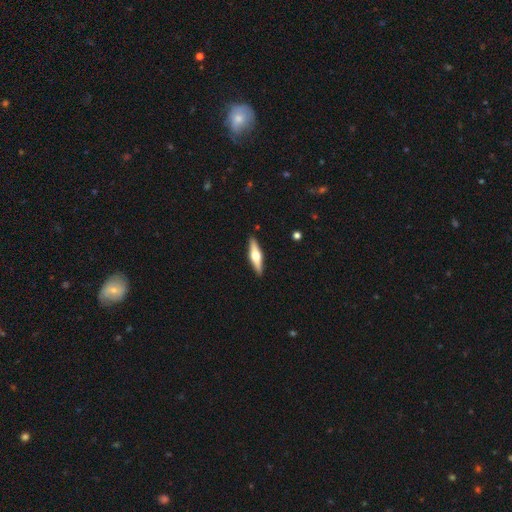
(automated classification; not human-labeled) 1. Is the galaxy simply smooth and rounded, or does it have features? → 59% featured or disk, 36% smooth, 5% star or artifact.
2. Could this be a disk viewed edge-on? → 95% yes, 5% no.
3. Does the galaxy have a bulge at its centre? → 94% rounded, 4% boxy, 2% none.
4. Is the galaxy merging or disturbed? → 90% none, 7% minor disturbance, 1% major disturbance, 1% merger.